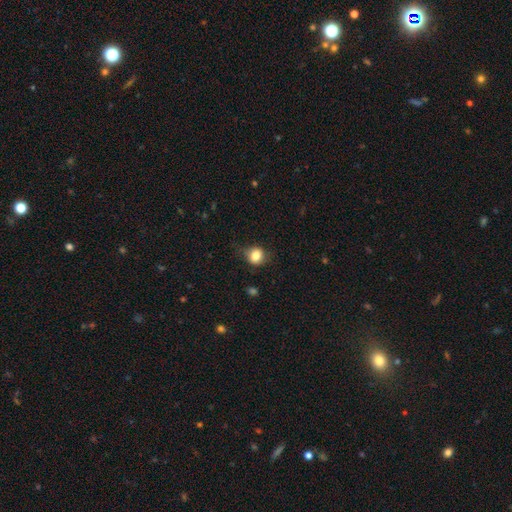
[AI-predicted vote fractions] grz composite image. It shows a smooth galaxy with no disk features (81%) that is round (73%). Merging: none (65%).